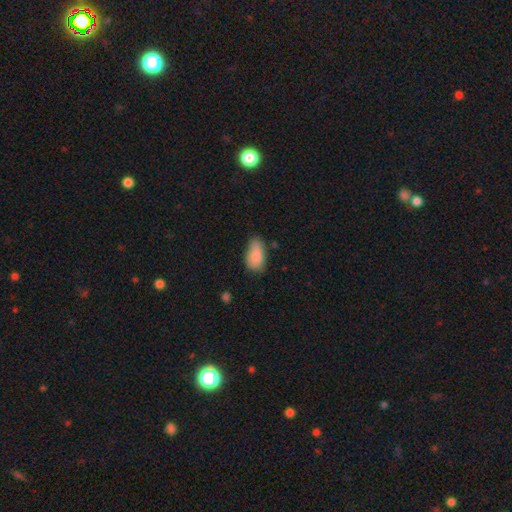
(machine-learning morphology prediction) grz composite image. It shows a smooth galaxy with no disk features (86%) that is in between round and cigar-shaped (92%). Merging: none (58%).